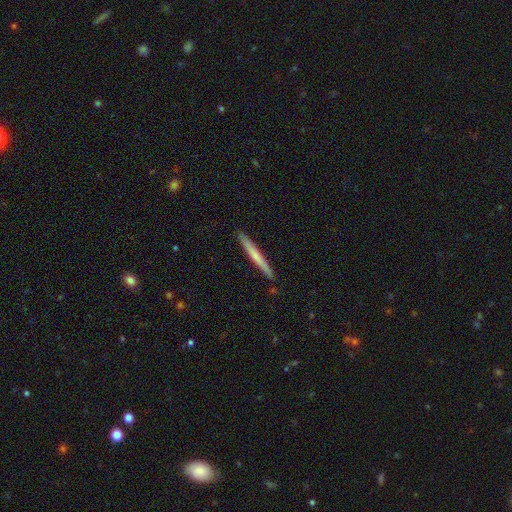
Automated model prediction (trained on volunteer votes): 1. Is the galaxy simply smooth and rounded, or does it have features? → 60% smooth, 35% featured or disk, 5% star or artifact.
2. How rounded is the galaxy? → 97% cigar-shaped, 2% in between, 1% round.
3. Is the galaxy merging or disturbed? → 91% none, 7% minor disturbance, 1% major disturbance, 1% merger.